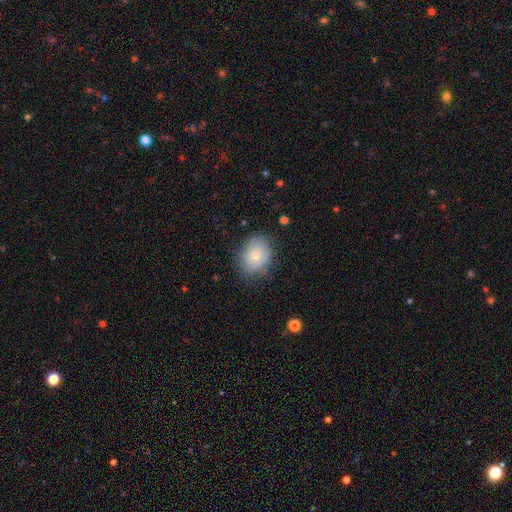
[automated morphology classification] A smooth galaxy with no disk features (77%) that is in between round and cigar-shaped (58%). Merging: none (70%).